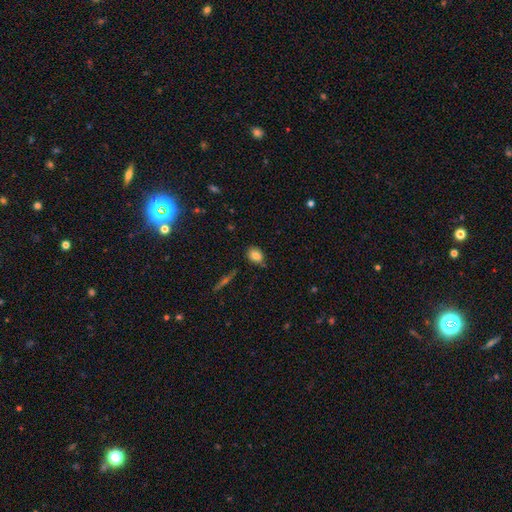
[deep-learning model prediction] A smooth galaxy with no disk features (81%) that is in between round and cigar-shaped (66%).

Vote fractions:
- Smooth or featured? smooth: 81% / featured or disk: 10% / star or artifact: 9%
- How rounded? in between: 66% / round: 32% / cigar-shaped: 2%
- Merging? none: 73% / minor disturbance: 20% / merger: 4% / major disturbance: 4%